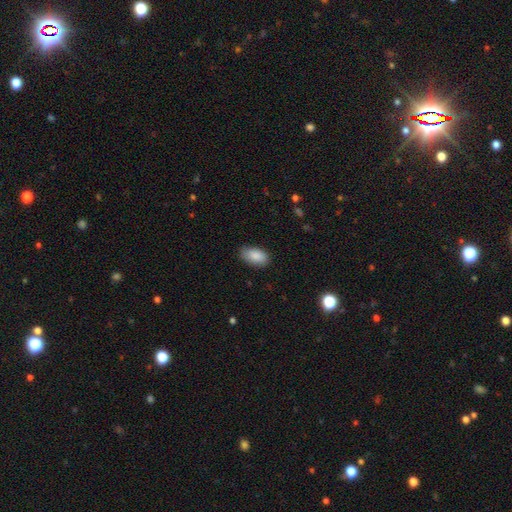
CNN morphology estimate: Smooth or featured? smooth (88%)
How rounded? in between (93%)
Merging? none (80%)